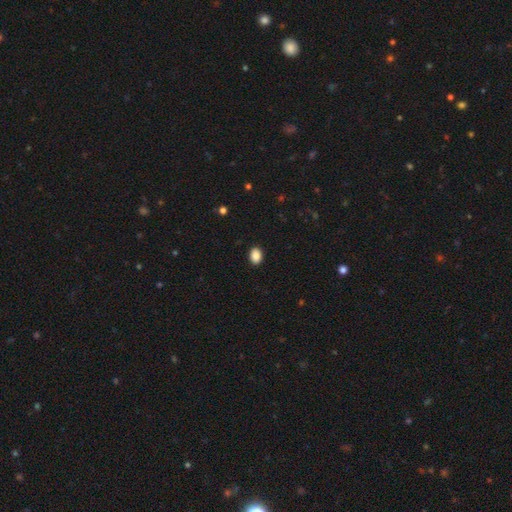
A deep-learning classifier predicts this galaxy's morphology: Smooth or featured? Predicted: smooth (p=0.89). How rounded? Predicted: in between (p=0.74). Merging? Predicted: none (p=0.91).